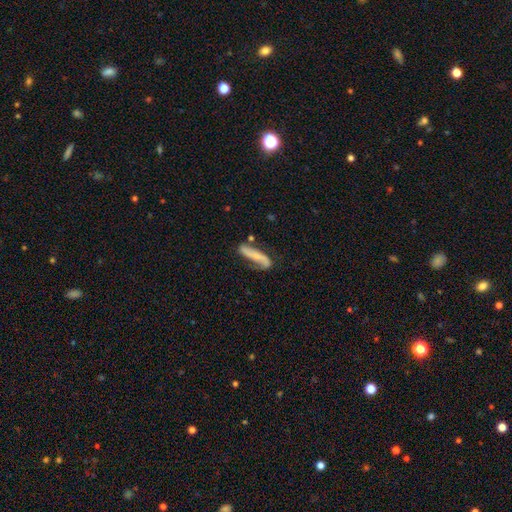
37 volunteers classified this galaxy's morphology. This appears to be a smooth galaxy with no disk features (49%) that is cigar-shaped (72%). Merging: none (71%).